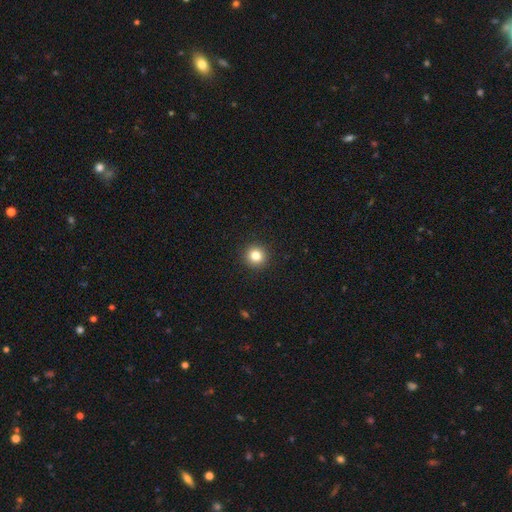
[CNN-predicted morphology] Smooth or featured: smooth — 82% (star or artifact — 12%)
How rounded: round — 94% (in between — 5%)
Merging: none — 93% (minor disturbance — 4%)